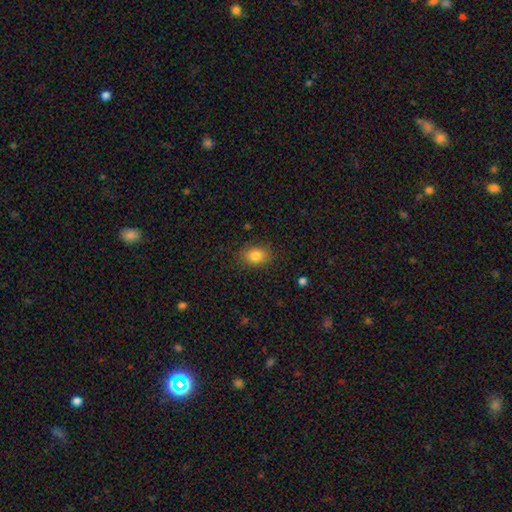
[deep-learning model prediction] A smooth galaxy with no disk features (83%) that is in between round and cigar-shaped (59%).

Vote fractions:
- Smooth or featured? smooth: 83% / star or artifact: 10% / featured or disk: 7%
- How rounded? in between: 59% / round: 40% / cigar-shaped: 1%
- Merging? none: 84% / minor disturbance: 11% / major disturbance: 3% / merger: 1%